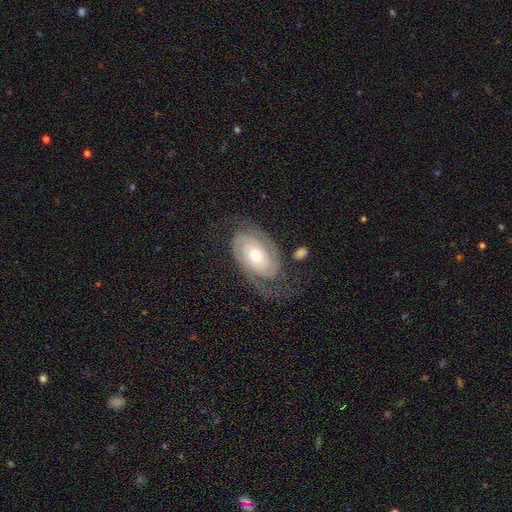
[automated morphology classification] This is clearly a featured or disk galaxy (86%). It is clearly not viewed edge-on (96%). Bar: likely no (69%). Spiral arm pattern: clearly yes (96%). Spiral arm count: clearly 2 (84%). Spiral winding: likely tight (62%). Central bulge: possibly moderate (55%). Merging: likely none (69%).